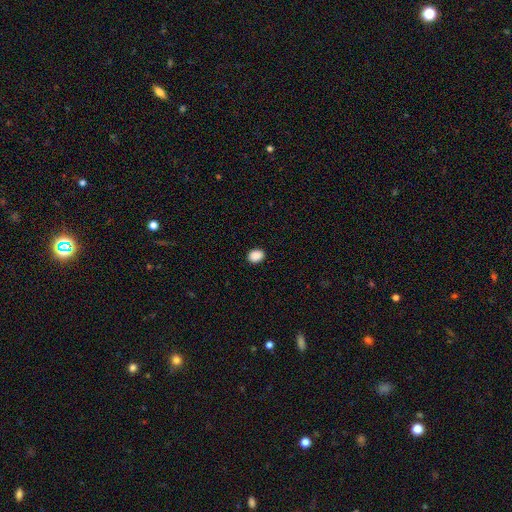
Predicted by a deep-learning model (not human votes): smooth_or_featured: smooth (p=0.90) [alt: star or artifact p=0.08]
how_rounded: in between (p=0.57) [alt: round p=0.42]
merging: none (p=0.91) [alt: minor disturbance p=0.06]